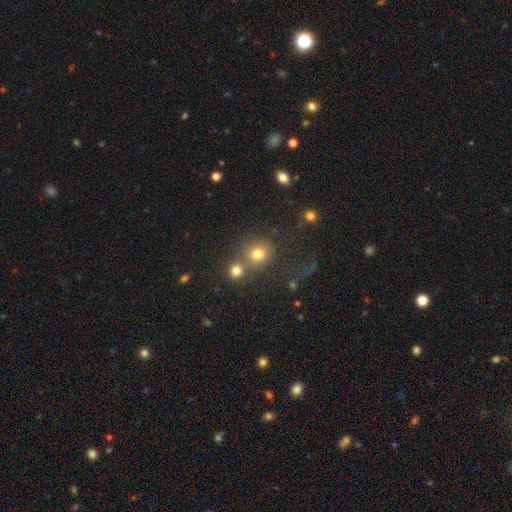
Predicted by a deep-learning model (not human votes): The model was most divided on "merging": none: 59%, merger: 28%, minor disturbance: 8%, major disturbance: 5%. More confident: how rounded — round (86%); smooth or featured — smooth (66%).